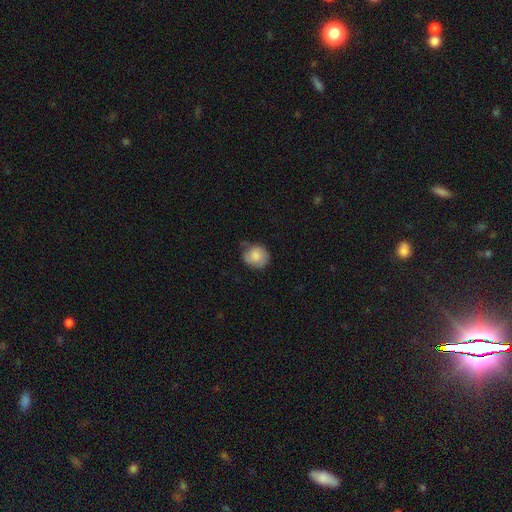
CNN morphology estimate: A smooth galaxy with no disk features (75%) that is round (76%).

Vote fractions:
- Smooth or featured? smooth: 75% / featured or disk: 17% / star or artifact: 7%
- How rounded? round: 76% / in between: 23% / cigar-shaped: 1%
- Merging? none: 55% / minor disturbance: 33% / major disturbance: 10% / merger: 2%